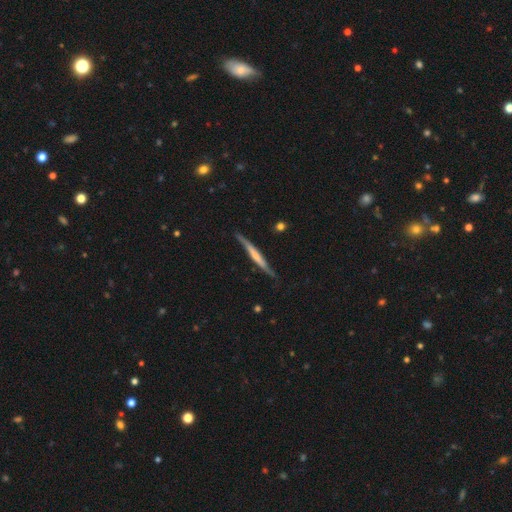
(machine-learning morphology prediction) smooth_or_featured: featured or disk (p=0.57) [alt: smooth p=0.38]
disk_edge_on: yes (p=0.91) [alt: no p=0.09]
edge_on_bulge: none (p=0.53) [alt: rounded p=0.30]
merging: none (p=0.72) [alt: minor disturbance p=0.22]